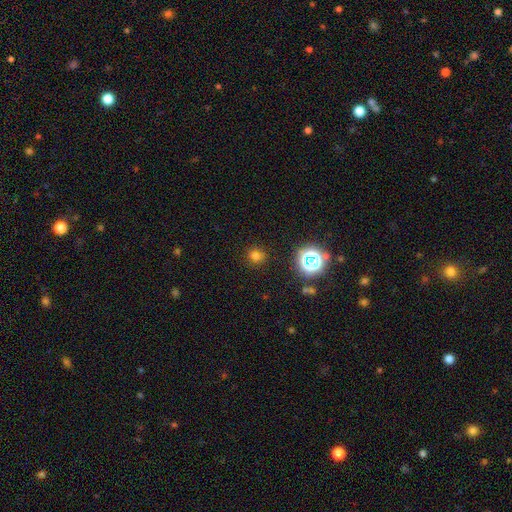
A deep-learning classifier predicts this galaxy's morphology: Smooth or featured? smooth (72%)
How rounded? round (89%)
Merging? none (88%)